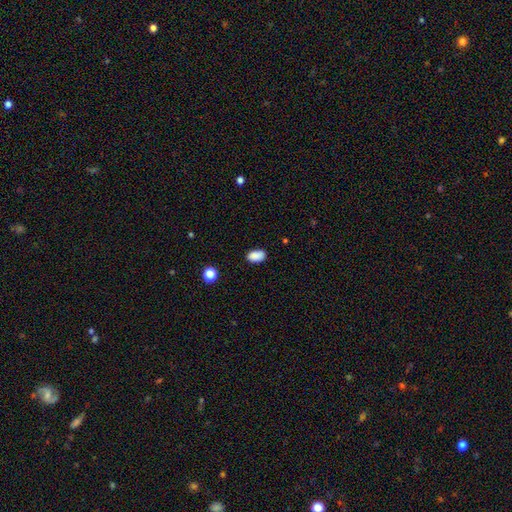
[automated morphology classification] This is clearly a smooth galaxy (87%). How rounded: clearly in between (91%). Merging: likely none (80%).